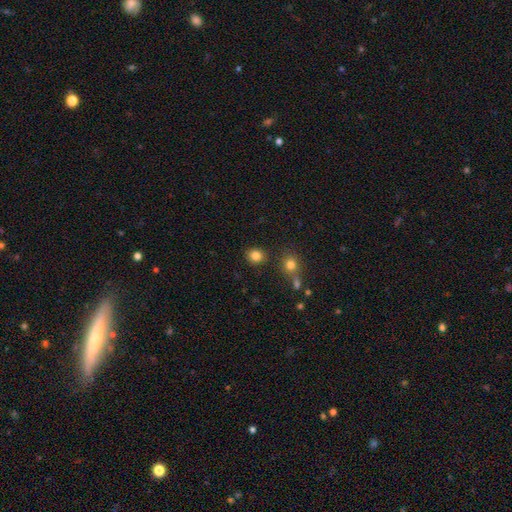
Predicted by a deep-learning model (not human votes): Smooth or featured?
  - smooth: 83% *
  - star or artifact: 12%
  - featured or disk: 5%
How rounded?
  - round: 82% *
  - in between: 17%
  - cigar-shaped: 1%
Merging?
  - none: 85% *
  - minor disturbance: 8%
  - merger: 5%
  - major disturbance: 3%